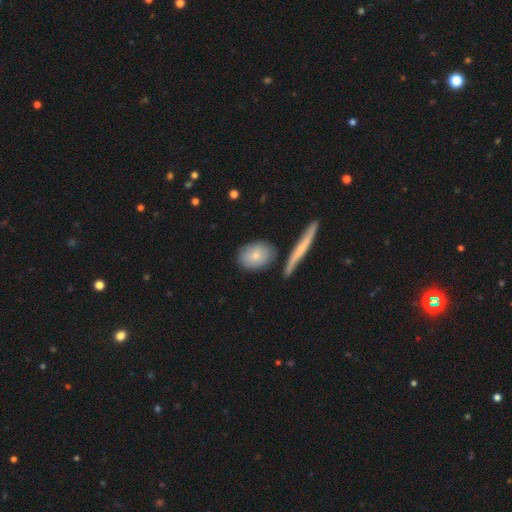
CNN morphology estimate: A smooth galaxy with no disk features (75%) that is in between round and cigar-shaped (66%).

Vote fractions:
- Smooth or featured? smooth: 75% / featured or disk: 19% / star or artifact: 6%
- How rounded? in between: 66% / round: 29% / cigar-shaped: 5%
- Merging? none: 76% / minor disturbance: 13% / merger: 8% / major disturbance: 3%